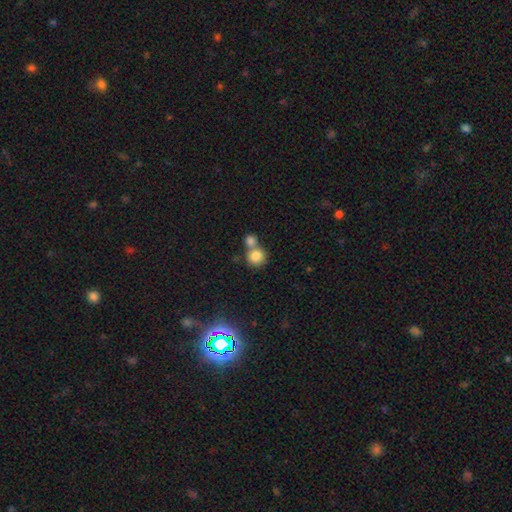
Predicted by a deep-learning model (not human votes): smooth 82%, star or artifact 10%, featured or disk 8%. Down the decision tree: how rounded — round (87%); merging — merger (48%).